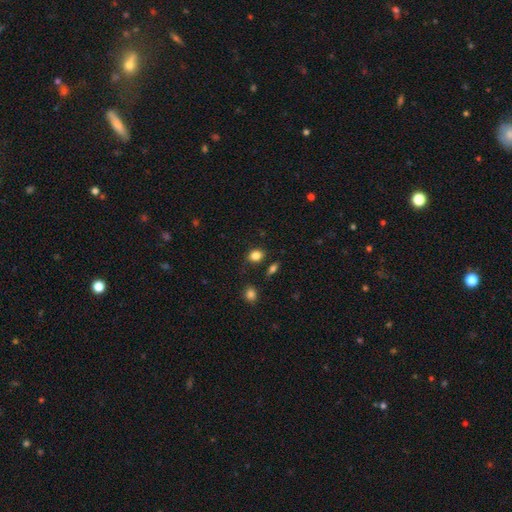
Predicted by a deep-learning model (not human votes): Smooth or featured: smooth — 83% (star or artifact — 11%)
How rounded: in between — 51% (round — 47%)
Merging: none — 77% (minor disturbance — 15%)